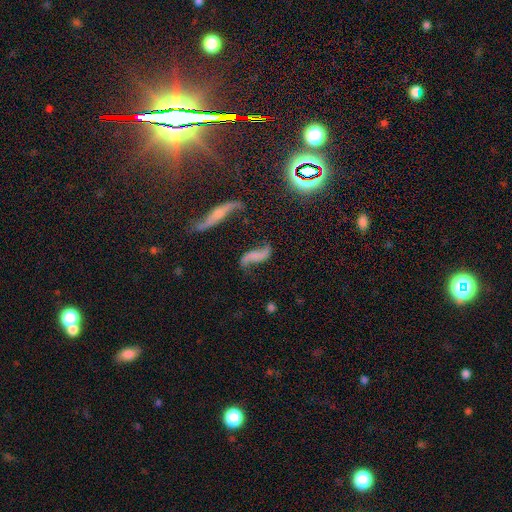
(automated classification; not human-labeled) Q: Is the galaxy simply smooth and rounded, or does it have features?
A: featured or disk — 74%.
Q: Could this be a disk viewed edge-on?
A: no — 91%.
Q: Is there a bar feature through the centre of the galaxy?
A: no — 58%.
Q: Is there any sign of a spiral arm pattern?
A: yes — 92%.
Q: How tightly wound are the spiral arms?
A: loose — 90%.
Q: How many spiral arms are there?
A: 2 — 92%.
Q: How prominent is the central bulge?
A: none — 67%.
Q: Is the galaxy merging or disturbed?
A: none — 63%.